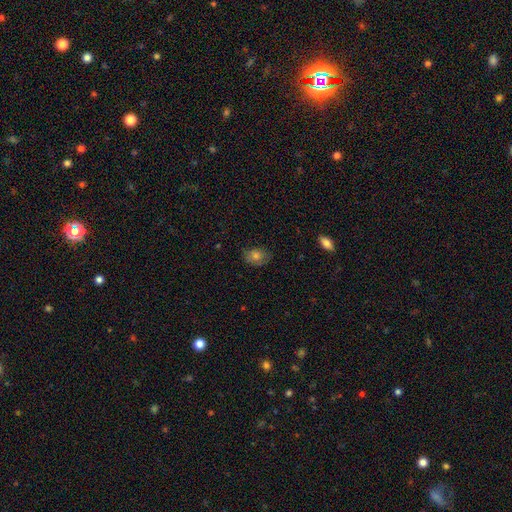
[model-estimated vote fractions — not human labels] A smooth galaxy with no disk features (72%) that is in between round and cigar-shaped (70%).

Vote fractions:
- Smooth or featured? smooth: 72% / featured or disk: 17% / star or artifact: 11%
- How rounded? in between: 70% / round: 29% / cigar-shaped: 1%
- Merging? none: 74% / minor disturbance: 20% / major disturbance: 5% / merger: 1%